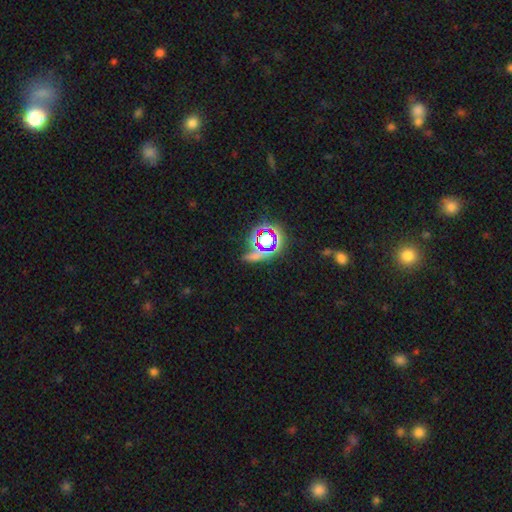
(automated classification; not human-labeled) smooth-or-featured: star or artifact: 65% | smooth: 23% | featured or disk: 12%